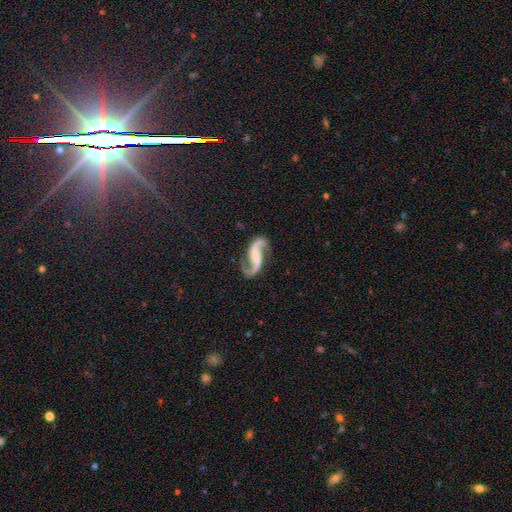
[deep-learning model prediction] Smooth or featured: featured or disk — 91% (star or artifact — 5%)
Edge-on disk: no — 97% (yes — 3%)
Bar: no — 39% (weak — 34%)
Spiral arms: yes — 97% (no — 3%)
Spiral winding: loose — 78% (medium — 18%)
Spiral arm count: 2 — 94% (1 — 2%)
Bulge size: none — 61% (small — 18%)
Merging: none — 77% (minor disturbance — 13%)